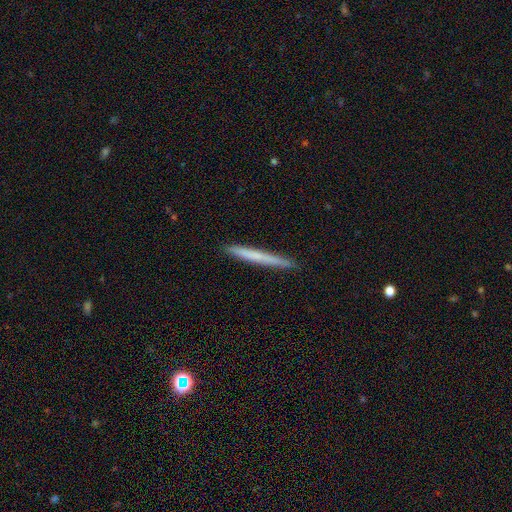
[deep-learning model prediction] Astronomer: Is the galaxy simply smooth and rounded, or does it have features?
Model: smooth — 63%.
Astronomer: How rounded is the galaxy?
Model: cigar-shaped — 97%.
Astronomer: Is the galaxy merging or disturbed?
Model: none — 92%.